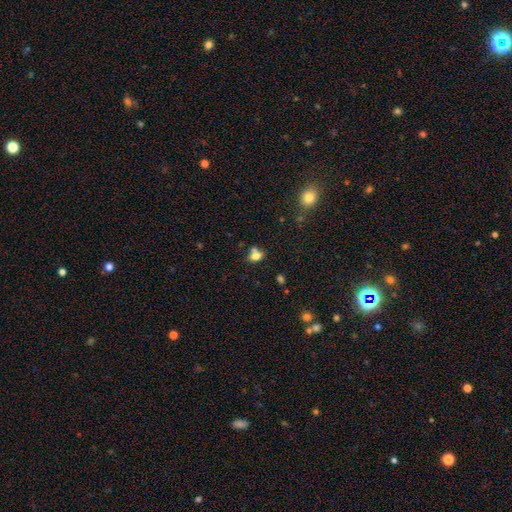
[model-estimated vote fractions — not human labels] Q: Smooth or featured?
A: smooth (72%); runner-up: featured or disk (15%)
Q: How rounded?
A: in between (70%); runner-up: round (27%)
Q: Merging?
A: none (45%); runner-up: merger (34%)